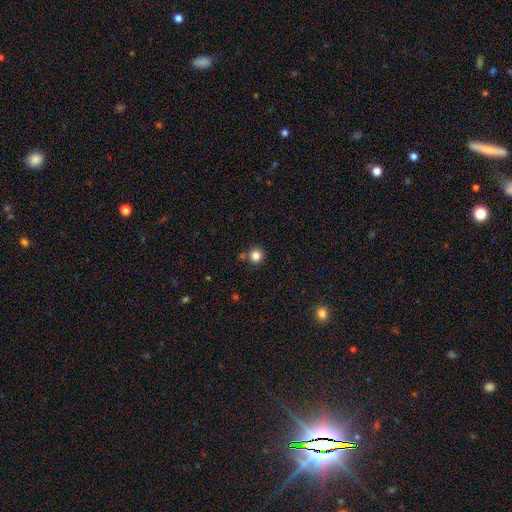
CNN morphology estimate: Smooth or featured? smooth (84%)
How rounded? round (94%)
Merging? none (82%)